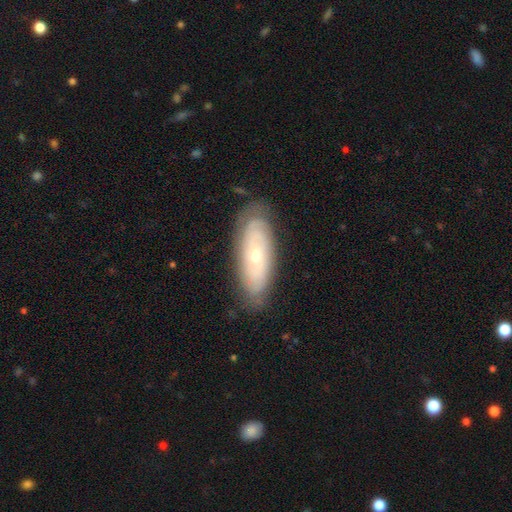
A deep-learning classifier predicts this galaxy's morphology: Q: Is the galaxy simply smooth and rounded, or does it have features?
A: featured or disk — 68%.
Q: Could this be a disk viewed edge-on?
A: no — 85%.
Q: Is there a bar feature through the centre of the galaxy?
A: no — 76%.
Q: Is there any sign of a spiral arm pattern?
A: yes — 81%.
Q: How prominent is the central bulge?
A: small — 58%.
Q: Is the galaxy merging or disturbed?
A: none — 80%.